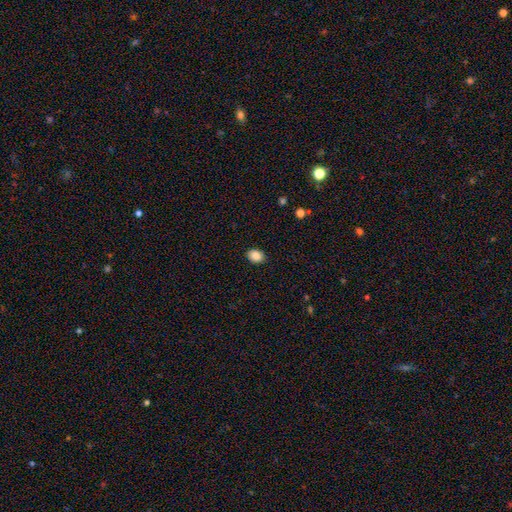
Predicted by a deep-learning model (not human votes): A smooth galaxy with no disk features (88%) that is in between round and cigar-shaped (67%). Merging: none (89%).